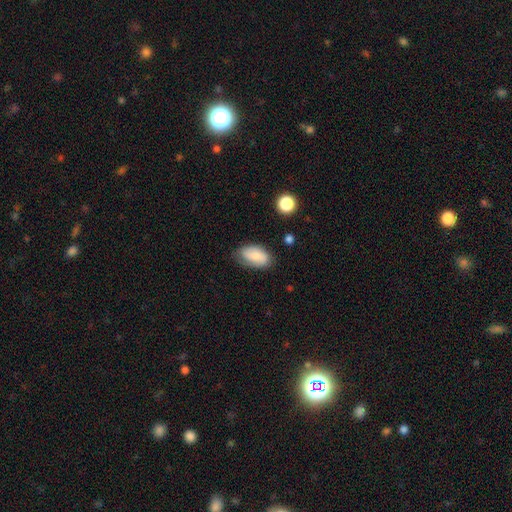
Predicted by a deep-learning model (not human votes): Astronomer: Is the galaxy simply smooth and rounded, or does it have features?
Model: smooth — 75%.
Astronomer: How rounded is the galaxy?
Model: in between — 93%.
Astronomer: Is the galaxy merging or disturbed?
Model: none — 68%.